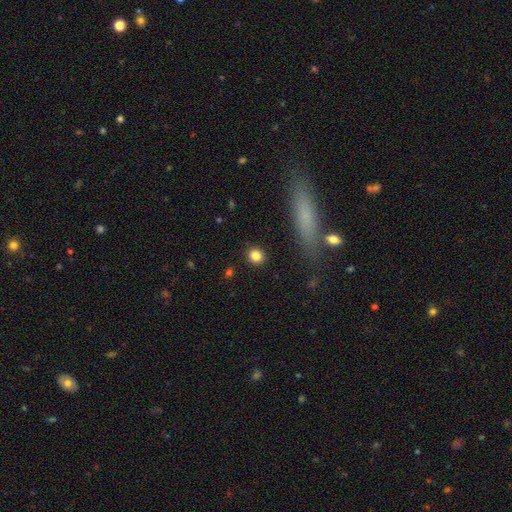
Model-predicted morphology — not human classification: Smooth or featured?
  - smooth: 84% *
  - star or artifact: 10%
  - featured or disk: 6%
How rounded?
  - round: 85% *
  - in between: 14%
  - cigar-shaped: 1%
Merging?
  - none: 90% *
  - minor disturbance: 6%
  - major disturbance: 2%
  - merger: 2%